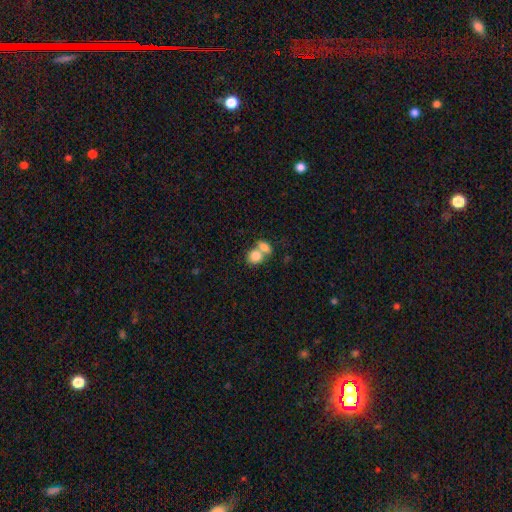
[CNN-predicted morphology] Smooth or featured? Predicted: smooth (p=0.80). How rounded? Predicted: round (p=0.56). Merging? Predicted: merger (p=0.61).